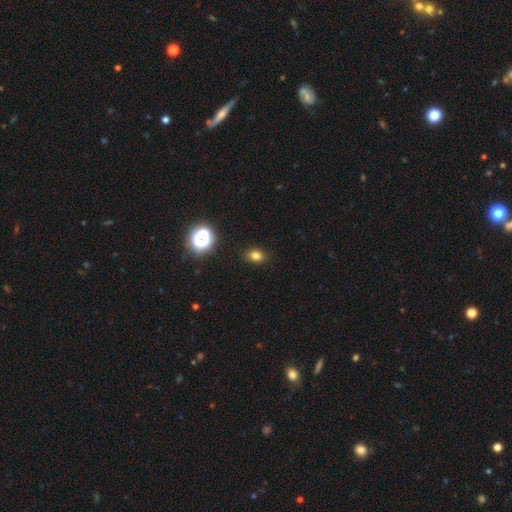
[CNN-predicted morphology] A smooth galaxy with no disk features (77%) that is in between round and cigar-shaped (58%). Merging: none (89%).